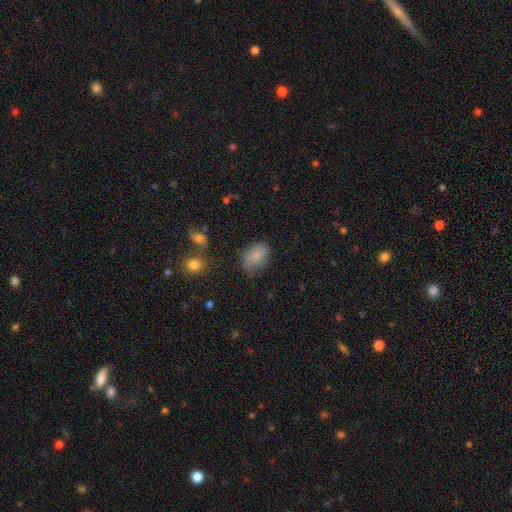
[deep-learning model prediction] Smooth or featured? Predicted: smooth (p=0.81). How rounded? Predicted: in between (p=0.84). Merging? Predicted: none (p=0.61).